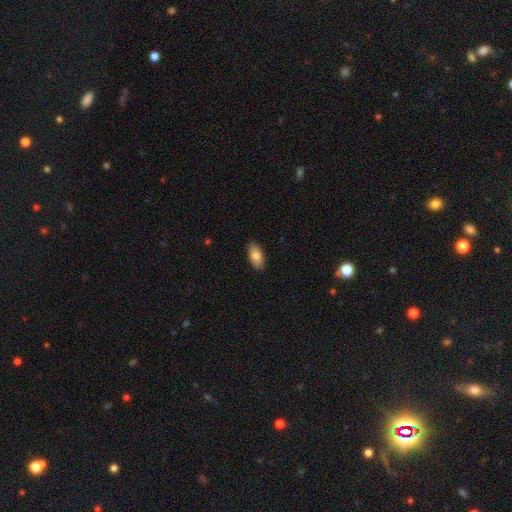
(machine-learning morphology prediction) Smooth or featured?
  - smooth: 83% *
  - featured or disk: 10%
  - star or artifact: 7%
How rounded?
  - in between: 92% *
  - cigar-shaped: 5%
  - round: 3%
Merging?
  - none: 89% *
  - minor disturbance: 8%
  - major disturbance: 2%
  - merger: 1%